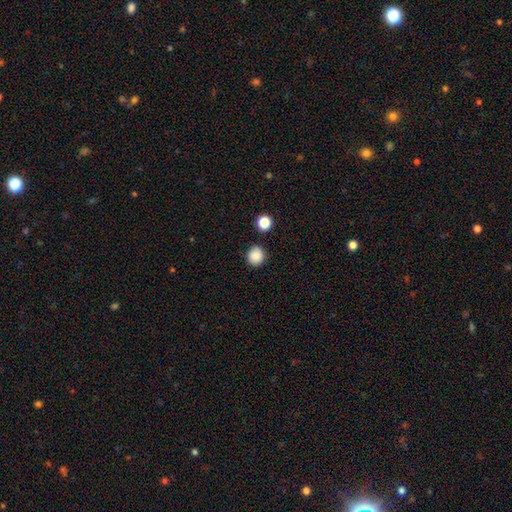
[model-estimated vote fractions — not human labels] smooth_or_featured: smooth (p=0.86) [alt: star or artifact p=0.10]
how_rounded: round (p=0.88) [alt: in between p=0.11]
merging: none (p=0.86) [alt: minor disturbance p=0.09]